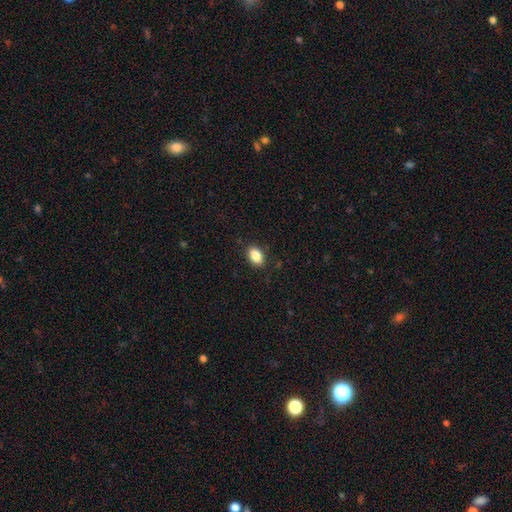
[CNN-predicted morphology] smooth-or-featured: smooth: 87% | star or artifact: 8% | featured or disk: 5%
  how-rounded: in between: 88% | round: 10% | cigar-shaped: 2%
  merging: none: 87% | minor disturbance: 9% | major disturbance: 2% | merger: 1%